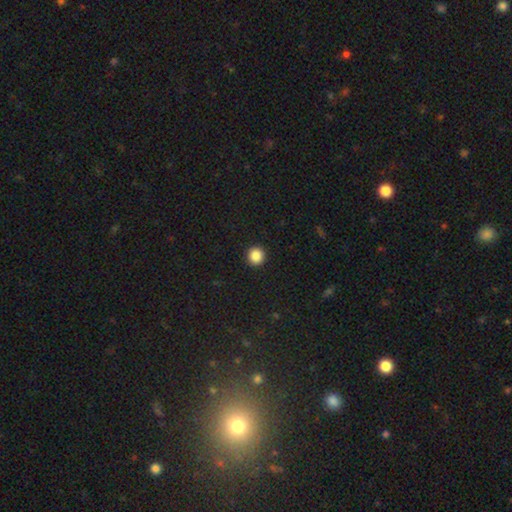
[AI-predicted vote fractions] This appears to be a smooth galaxy with no disk features (87%) that is round (94%). Merging: none (93%).